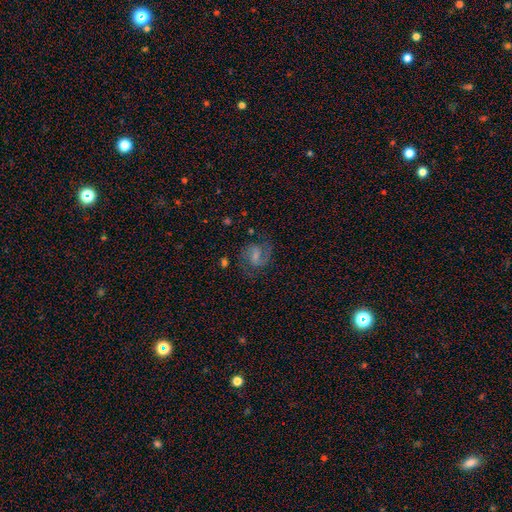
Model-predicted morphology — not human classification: featured or disk 76%, smooth 16%, star or artifact 8%. Down the decision tree: edge-on disk — no (98%); bar — weak (55%); spiral arms — yes (95%); spiral arm count — 2 (89%); spiral winding — medium (58%); bulge size — none (35%); merging — none (72%).